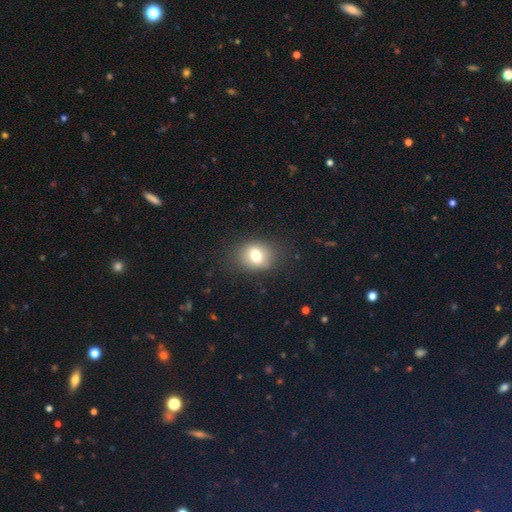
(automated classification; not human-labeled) smooth-or-featured: smooth: 72% | featured or disk: 17% | star or artifact: 11%
  how-rounded: in between: 50% | round: 48% | cigar-shaped: 1%
  merging: none: 83% | minor disturbance: 12% | major disturbance: 5% | merger: 1%